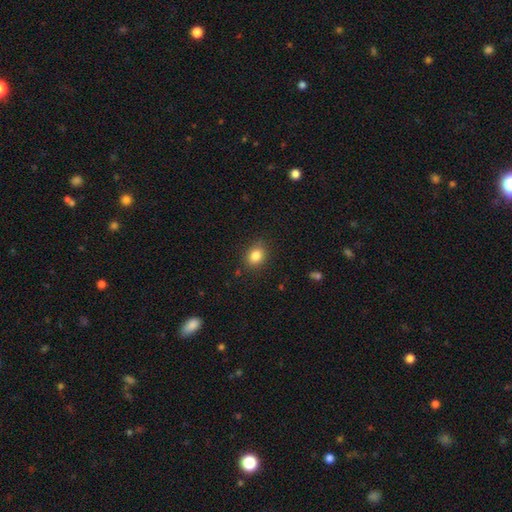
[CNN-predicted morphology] Smooth or featured? smooth (84%)
How rounded? round (55%)
Merging? none (86%)